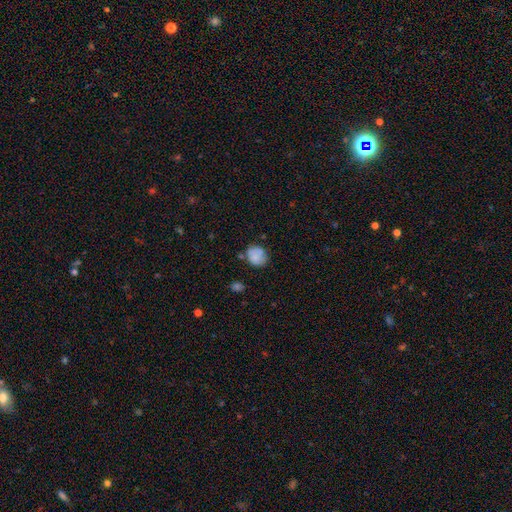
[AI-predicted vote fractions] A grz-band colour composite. It shows a smooth galaxy with no disk features (77%) that is round (62%). Merging: none (61%).